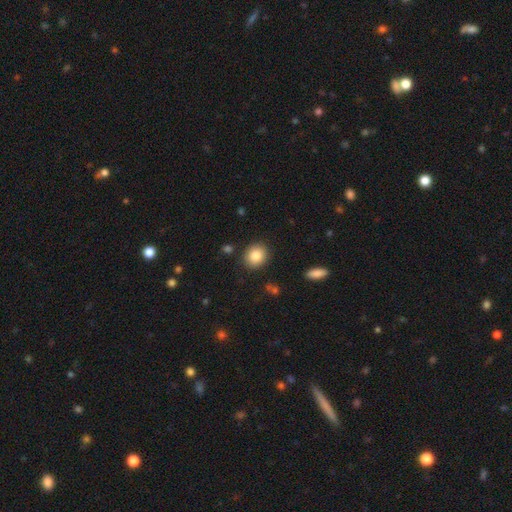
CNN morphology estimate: Smooth or featured?
  - smooth: 84% *
  - star or artifact: 8%
  - featured or disk: 7%
How rounded?
  - round: 75% *
  - in between: 24%
  - cigar-shaped: 1%
Merging?
  - none: 88% *
  - minor disturbance: 7%
  - major disturbance: 2%
  - merger: 2%